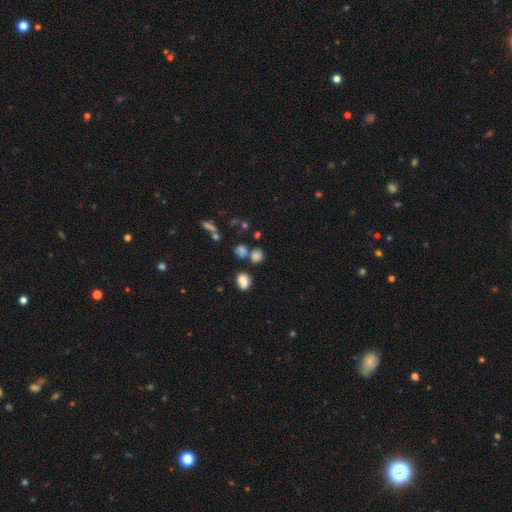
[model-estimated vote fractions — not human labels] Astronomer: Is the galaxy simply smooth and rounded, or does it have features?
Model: smooth — 78%.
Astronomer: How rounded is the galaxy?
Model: round — 70%.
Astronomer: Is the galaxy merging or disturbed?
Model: none — 59%.